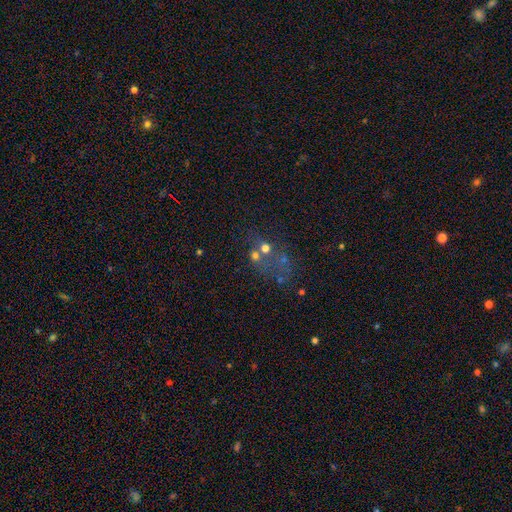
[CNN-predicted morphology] smooth 44%, star or artifact 29%, featured or disk 27%. Down the decision tree: merging — merger (45%).